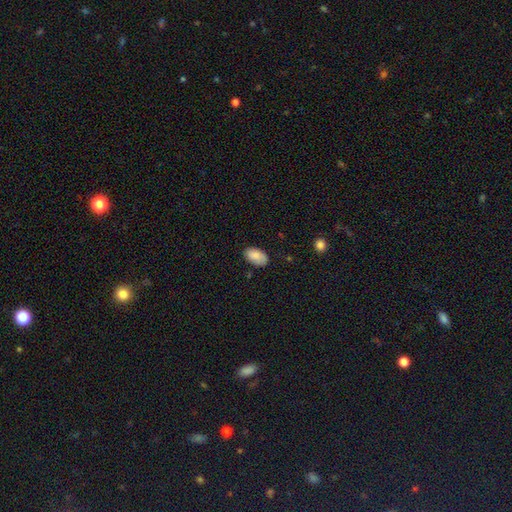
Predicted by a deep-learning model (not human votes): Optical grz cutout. It shows a smooth galaxy with no disk features (85%) that is in between round and cigar-shaped (94%). Merging: none (77%).